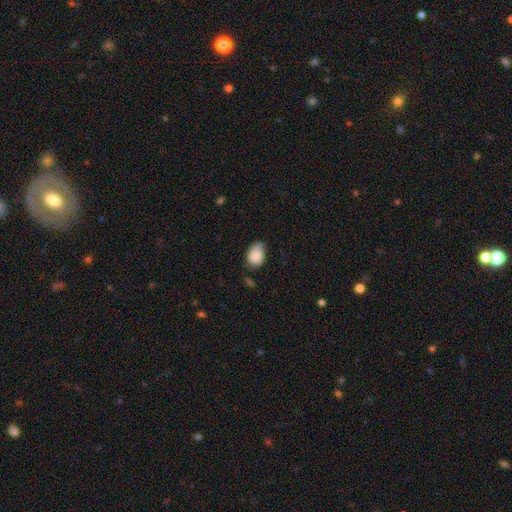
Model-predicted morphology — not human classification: smooth-or-featured: smooth: 84% | featured or disk: 8% | star or artifact: 8%
  how-rounded: in between: 76% | round: 23% | cigar-shaped: 1%
  merging: none: 44% | minor disturbance: 43% | major disturbance: 10% | merger: 3%